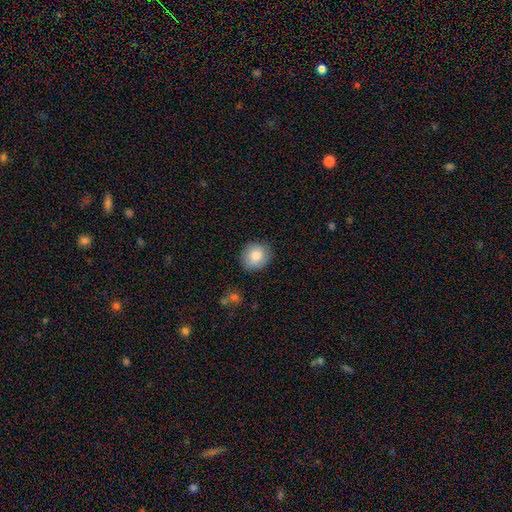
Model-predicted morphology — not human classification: smooth 85%, featured or disk 7%, star or artifact 7%. Down the decision tree: how rounded — round (82%); merging — none (86%).